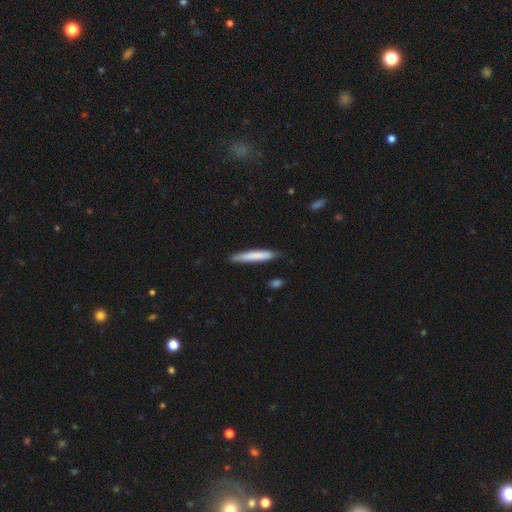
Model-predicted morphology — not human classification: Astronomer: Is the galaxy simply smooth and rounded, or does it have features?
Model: smooth — 75%.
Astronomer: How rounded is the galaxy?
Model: cigar-shaped — 94%.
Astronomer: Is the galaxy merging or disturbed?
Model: none — 81%.